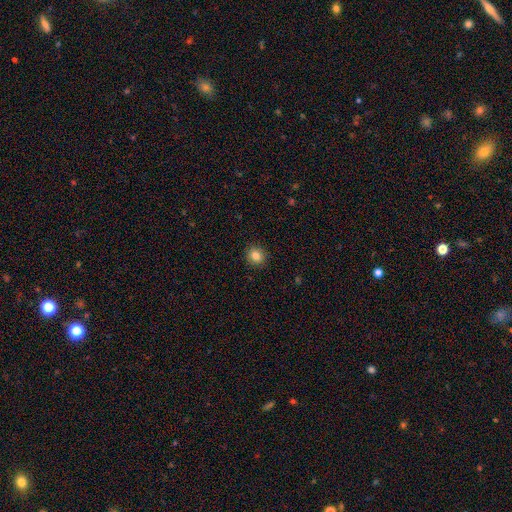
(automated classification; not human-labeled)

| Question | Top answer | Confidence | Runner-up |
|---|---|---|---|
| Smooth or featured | smooth | 83% | star or artifact (11%) |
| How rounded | round | 84% | in between (15%) |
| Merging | none | 91% | minor disturbance (6%) |